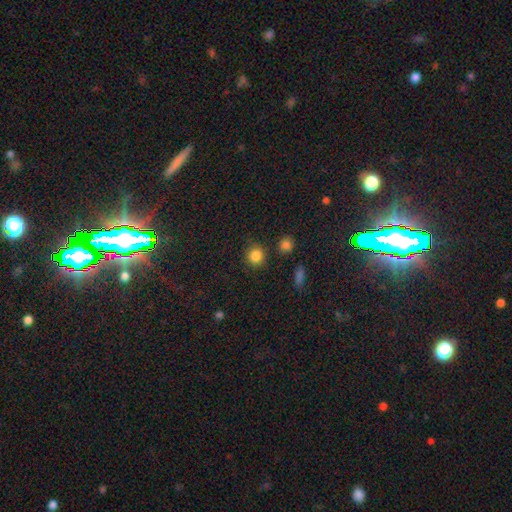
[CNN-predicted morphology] smooth 84%, star or artifact 12%, featured or disk 4%. Down the decision tree: how rounded — round (90%); merging — none (84%).